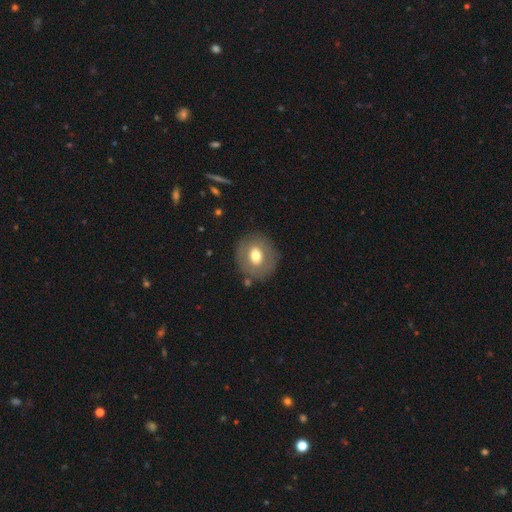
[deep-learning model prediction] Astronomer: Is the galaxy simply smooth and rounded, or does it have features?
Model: smooth — 62%.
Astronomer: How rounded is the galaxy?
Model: round — 76%.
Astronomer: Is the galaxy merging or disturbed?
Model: none — 84%.